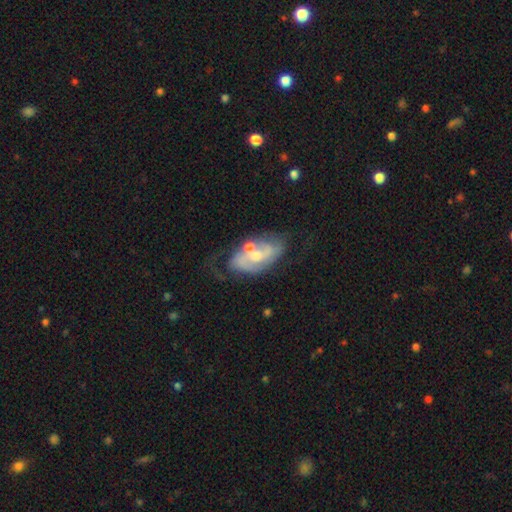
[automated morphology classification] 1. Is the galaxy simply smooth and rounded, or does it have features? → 76% featured or disk, 17% smooth, 7% star or artifact.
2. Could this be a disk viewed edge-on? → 94% no, 6% yes.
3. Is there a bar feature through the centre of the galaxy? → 49% no, 40% weak, 11% strong.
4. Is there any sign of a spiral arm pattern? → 86% yes, 14% no.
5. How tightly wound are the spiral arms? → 43% medium, 35% tight, 22% loose.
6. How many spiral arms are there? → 66% 2, 21% can't tell, 5% 1, 5% 3, 2% 4, 2% more than 4.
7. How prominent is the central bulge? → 46% moderate, 45% small, 5% none, 3% large, 1% dominant.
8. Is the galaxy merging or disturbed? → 48% none, 23% minor disturbance, 16% major disturbance, 13% merger.